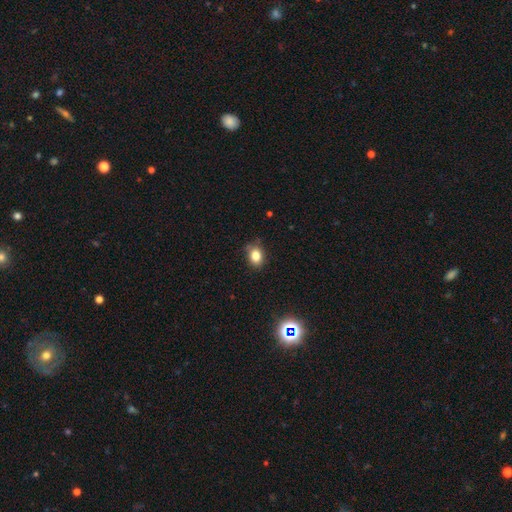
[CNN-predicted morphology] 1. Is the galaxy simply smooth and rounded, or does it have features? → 82% smooth, 11% star or artifact, 6% featured or disk.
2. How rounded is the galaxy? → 64% in between, 35% round, 1% cigar-shaped.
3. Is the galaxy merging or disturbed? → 78% none, 17% minor disturbance, 3% major disturbance, 2% merger.